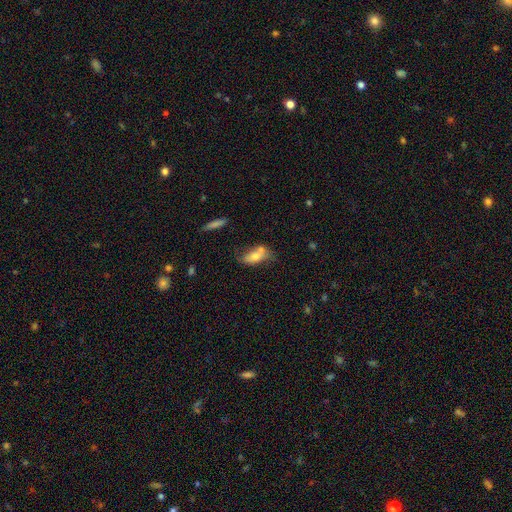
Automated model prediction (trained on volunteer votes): Overall: smooth (67%). How rounded: in between (83%). Merging: none (38%; merger 29%).